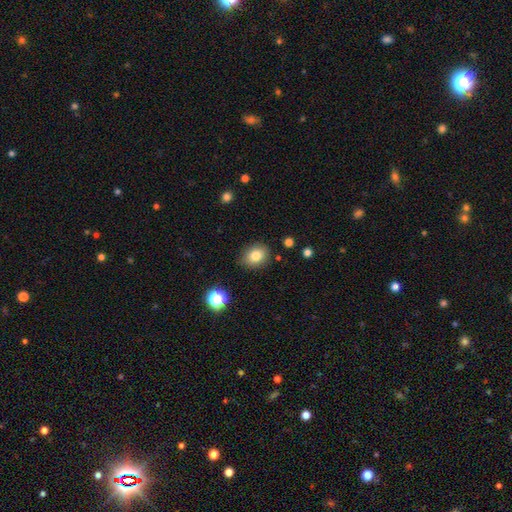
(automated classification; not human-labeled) Morphology: type=smooth (80%); roundness=in between (52%); merging=none (84%).